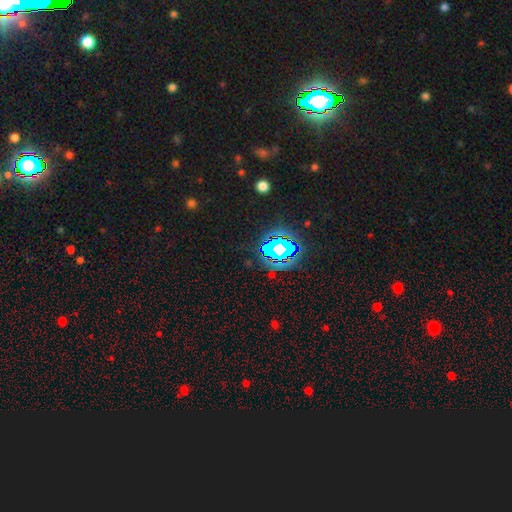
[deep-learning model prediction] A star or artifact, not a galaxy (82%).

Vote fractions:
- Smooth or featured? star or artifact: 82% / smooth: 10% / featured or disk: 7%